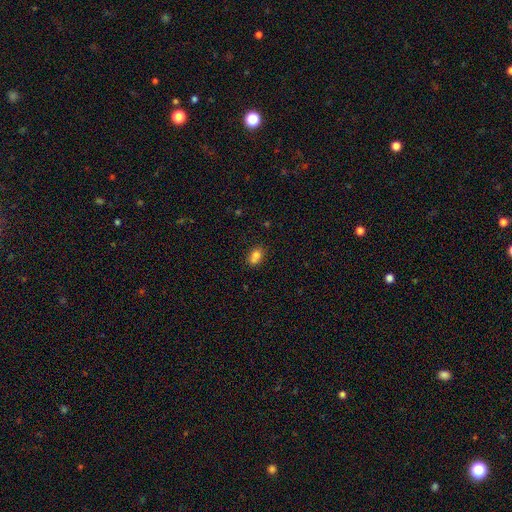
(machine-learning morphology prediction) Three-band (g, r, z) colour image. It shows a smooth galaxy with no disk features (77%) that is in between round and cigar-shaped (63%). Merging: none (48%).